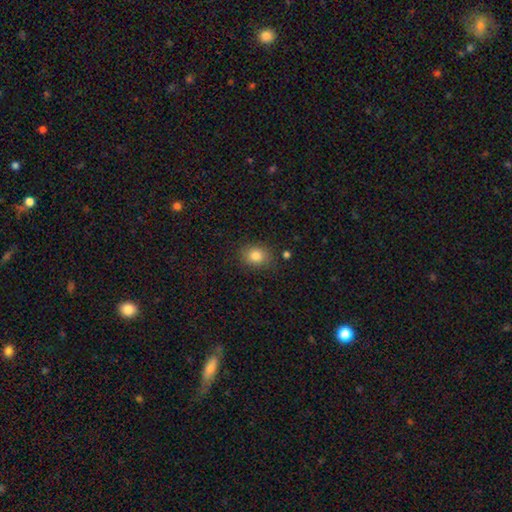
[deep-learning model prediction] A smooth galaxy with no disk features (83%) that is round (64%). Merging: none (84%).